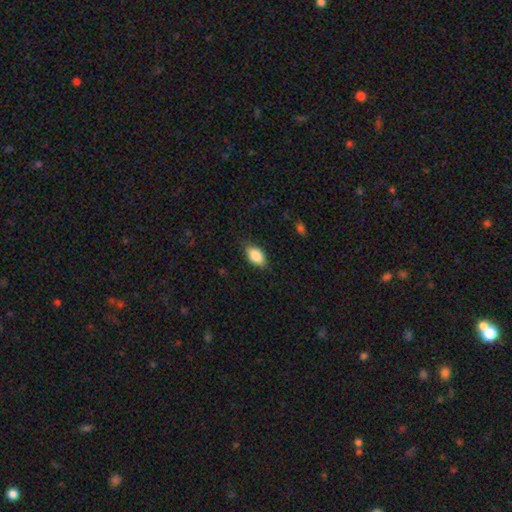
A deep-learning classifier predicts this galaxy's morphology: The model was most divided on "merging": none: 82%, minor disturbance: 14%, major disturbance: 3%, merger: 1%. More confident: how rounded — in between (91%); smooth or featured — smooth (87%).